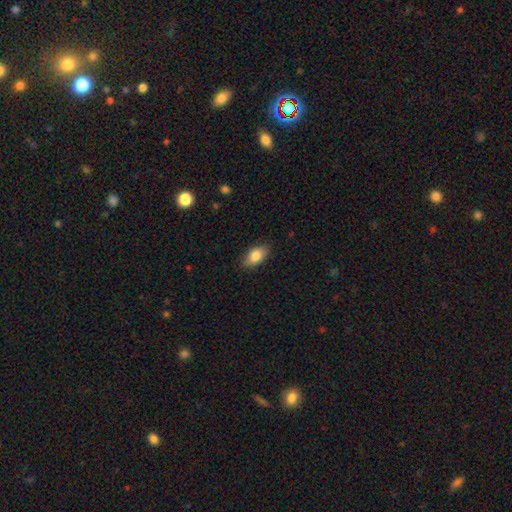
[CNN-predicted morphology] Q: Smooth or featured?
A: smooth (83%); runner-up: featured or disk (10%)
Q: How rounded?
A: in between (90%); runner-up: round (5%)
Q: Merging?
A: none (86%); runner-up: minor disturbance (11%)